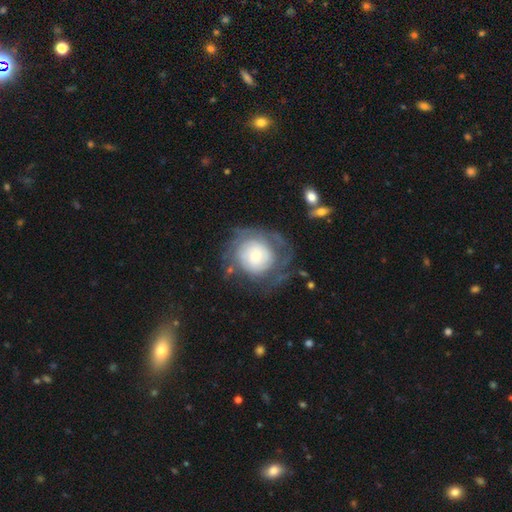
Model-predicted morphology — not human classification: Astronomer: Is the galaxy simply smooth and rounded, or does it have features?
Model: featured or disk — 65%.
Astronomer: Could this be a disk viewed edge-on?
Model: no — 97%.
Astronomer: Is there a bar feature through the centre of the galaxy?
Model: no — 82%.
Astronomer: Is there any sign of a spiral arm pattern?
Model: yes — 79%.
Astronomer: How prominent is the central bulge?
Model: small — 55%.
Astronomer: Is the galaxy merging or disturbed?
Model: none — 57%.